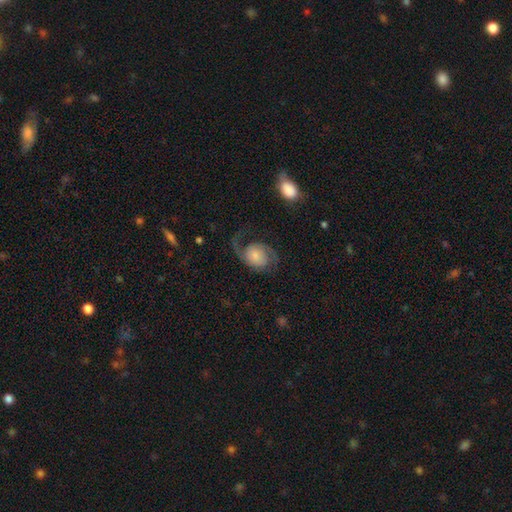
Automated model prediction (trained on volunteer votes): Morphology: type=featured or disk (73%); edge-on=no (98%); bar=no (68%); spiral arms=yes (95%); winding=loose (51%); arm count=2 (84%); bulge=small (39%); merging=none (55%).